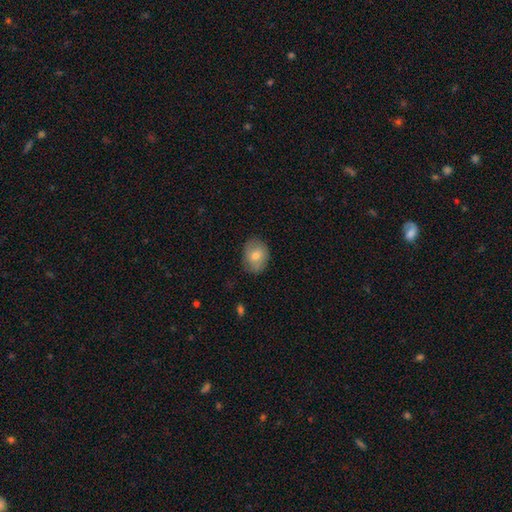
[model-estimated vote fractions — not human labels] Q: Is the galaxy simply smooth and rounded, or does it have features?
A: smooth — 71%.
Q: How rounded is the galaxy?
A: in between — 55%.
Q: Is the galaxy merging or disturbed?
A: none — 77%.